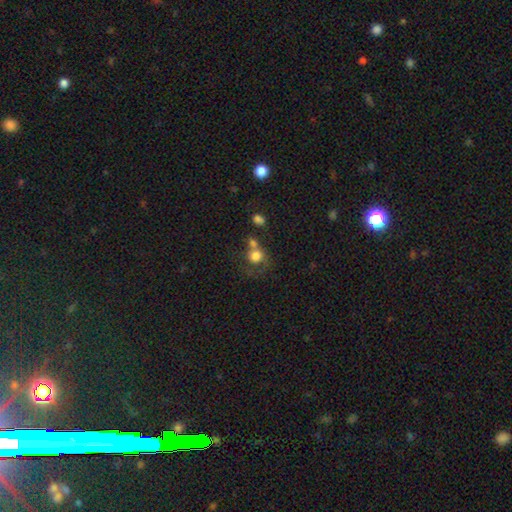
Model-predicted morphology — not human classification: type=smooth (76%); roundness=round (79%); merging=merger (38%).